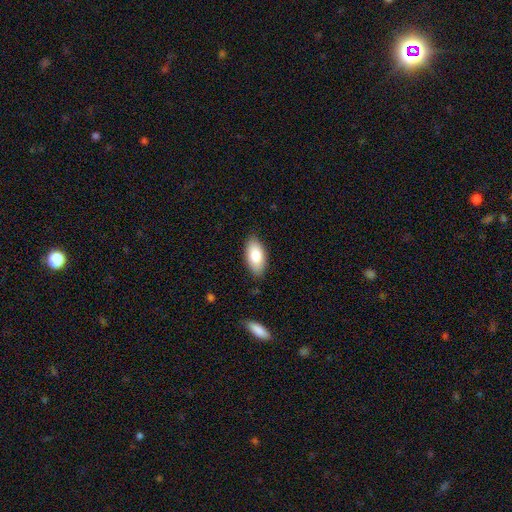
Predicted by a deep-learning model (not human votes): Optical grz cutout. It shows a smooth galaxy with no disk features (81%) that is in between round and cigar-shaped (91%). Merging: none (86%).